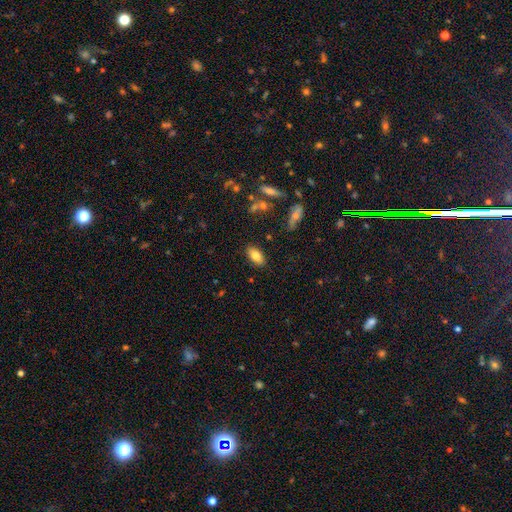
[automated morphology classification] Smooth or featured: smooth — 81% (featured or disk — 11%)
How rounded: in between — 91% (cigar-shaped — 5%)
Merging: none — 85% (minor disturbance — 10%)